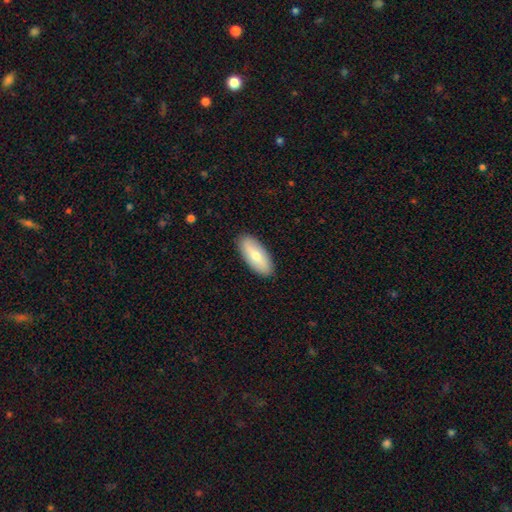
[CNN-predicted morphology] Smooth or featured? Predicted: smooth (p=0.65). How rounded? Predicted: in between (p=0.85). Merging? Predicted: none (p=0.89).